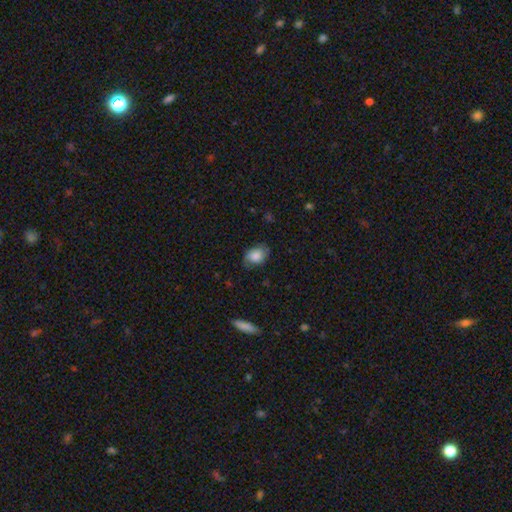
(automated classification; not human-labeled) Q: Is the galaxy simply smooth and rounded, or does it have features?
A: smooth — 78%.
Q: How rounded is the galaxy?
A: in between — 78%.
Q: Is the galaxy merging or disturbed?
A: none — 71%.